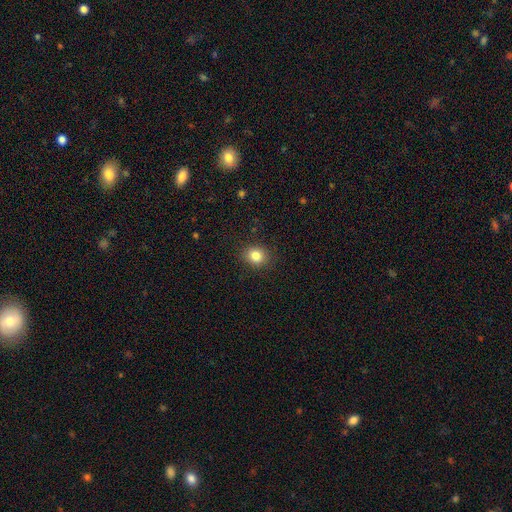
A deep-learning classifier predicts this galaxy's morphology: Smooth or featured?
  - smooth: 84% *
  - star or artifact: 11%
  - featured or disk: 5%
How rounded?
  - round: 69% *
  - in between: 31%
  - cigar-shaped: 1%
Merging?
  - none: 88% *
  - minor disturbance: 8%
  - major disturbance: 3%
  - merger: 1%